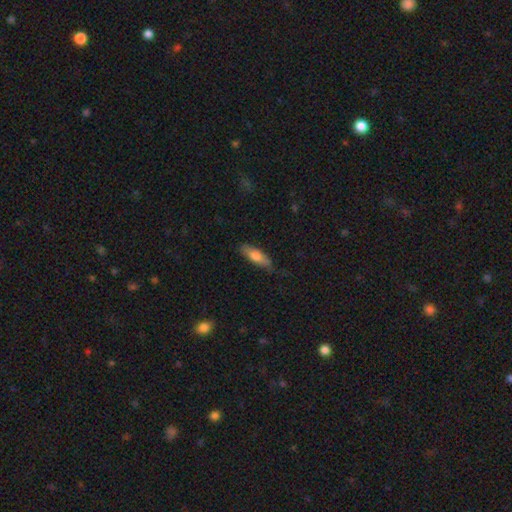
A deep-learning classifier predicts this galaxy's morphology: Smooth or featured?
  - smooth: 72% *
  - featured or disk: 22%
  - star or artifact: 6%
How rounded?
  - in between: 53% *
  - cigar-shaped: 45%
  - round: 2%
Merging?
  - none: 70% *
  - minor disturbance: 24%
  - major disturbance: 5%
  - merger: 1%